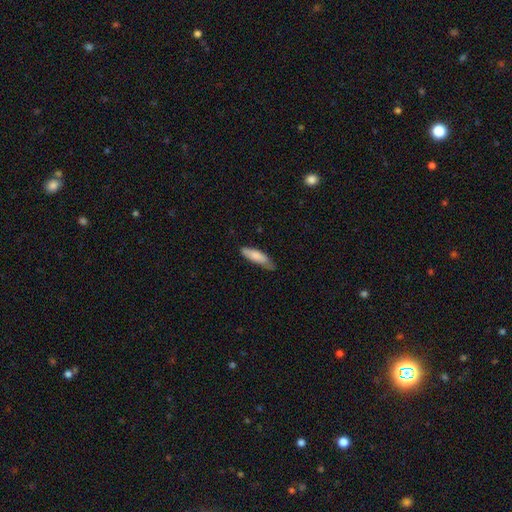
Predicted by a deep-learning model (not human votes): Smooth or featured? smooth (82%)
How rounded? cigar-shaped (55%)
Merging? none (59%)